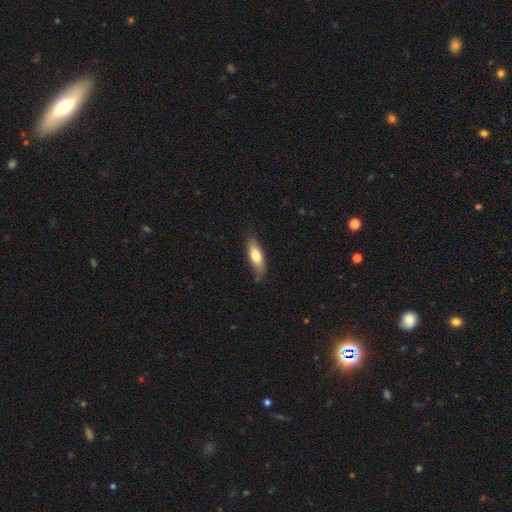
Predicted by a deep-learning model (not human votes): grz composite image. It shows a smooth galaxy with no disk features (72%) that is in between round and cigar-shaped (62%). Merging: none (72%).